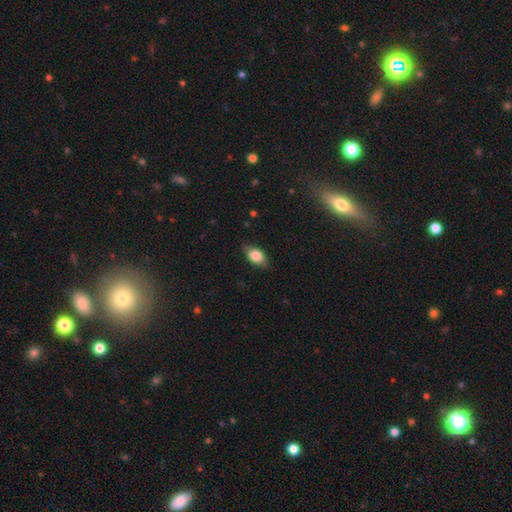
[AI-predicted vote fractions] Q: Smooth or featured?
A: smooth (82%); runner-up: featured or disk (11%)
Q: How rounded?
A: in between (88%); runner-up: round (9%)
Q: Merging?
A: none (80%); runner-up: minor disturbance (16%)